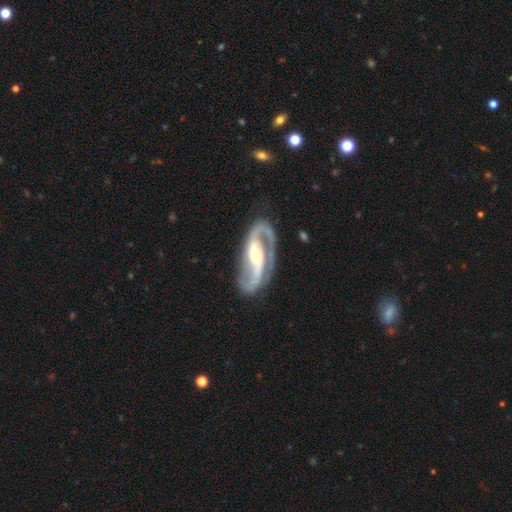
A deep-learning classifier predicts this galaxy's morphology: smooth_or_featured: featured or disk (p=0.91) [alt: smooth p=0.05]
disk_edge_on: no (p=0.96) [alt: yes p=0.04]
bar: strong (p=0.39) [alt: weak p=0.31]
has_spiral_arms: yes (p=0.97) [alt: no p=0.03]
spiral_winding: medium (p=0.53) [alt: tight p=0.23]
spiral_arm_count: 2 (p=0.91) [alt: 1 p=0.04]
bulge_size: moderate (p=0.46) [alt: small p=0.45]
merging: none (p=0.78) [alt: minor disturbance p=0.14]